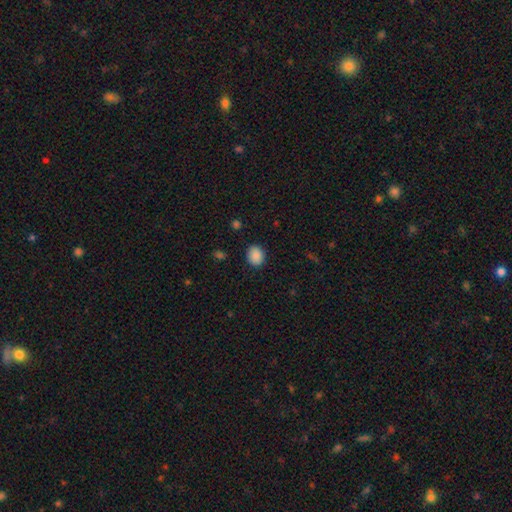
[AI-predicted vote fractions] smooth 88%, star or artifact 9%, featured or disk 3%. Down the decision tree: how rounded — round (59%); merging — none (87%).